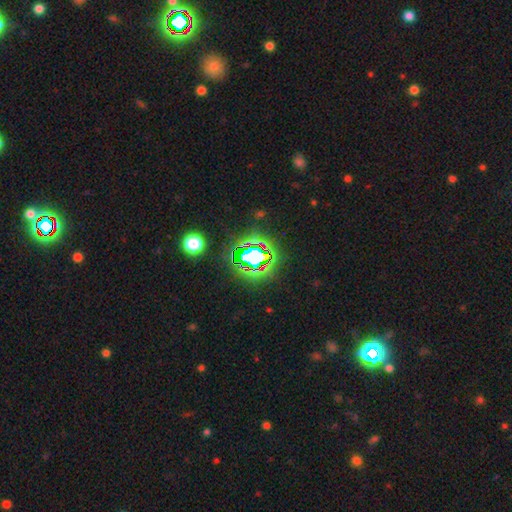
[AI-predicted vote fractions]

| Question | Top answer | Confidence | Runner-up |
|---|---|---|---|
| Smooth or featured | star or artifact | 73% | smooth (15%) |